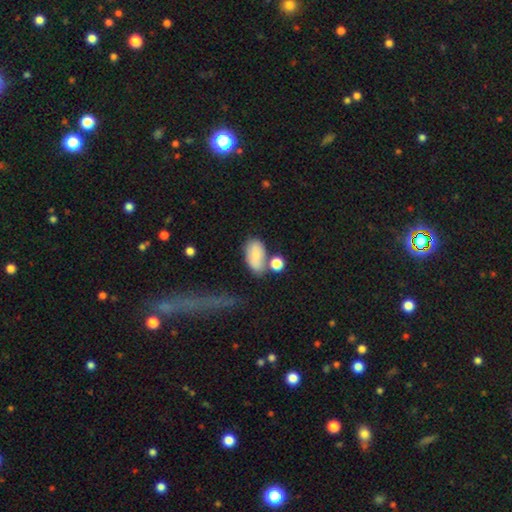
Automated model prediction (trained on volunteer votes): Overall: smooth (74%). How rounded: in between (90%). Merging: none (52%; merger 23%).